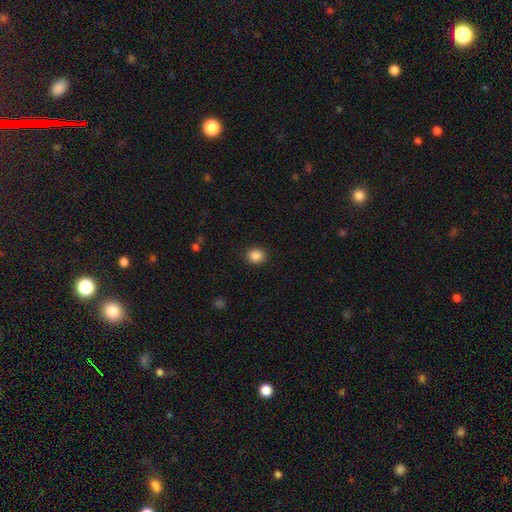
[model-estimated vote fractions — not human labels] Smooth or featured: smooth — 87% (star or artifact — 9%)
How rounded: round — 77% (in between — 22%)
Merging: none — 91% (minor disturbance — 6%)